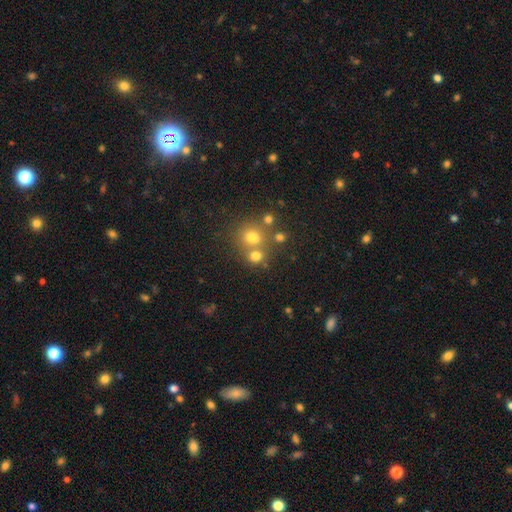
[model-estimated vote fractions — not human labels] smooth-or-featured: smooth: 70% | star or artifact: 18% | featured or disk: 12%
  how-rounded: round: 77% | in between: 22% | cigar-shaped: 1%
  merging: none: 52% | merger: 36% | minor disturbance: 8% | major disturbance: 4%